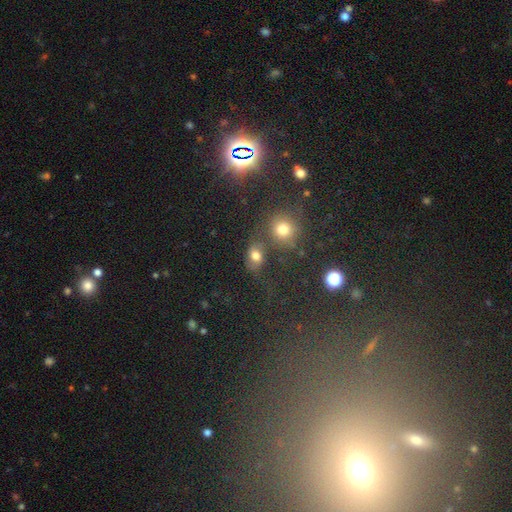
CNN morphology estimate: smooth 70%, star or artifact 18%, featured or disk 12%. Down the decision tree: how rounded — in between (56%); merging — none (55%).